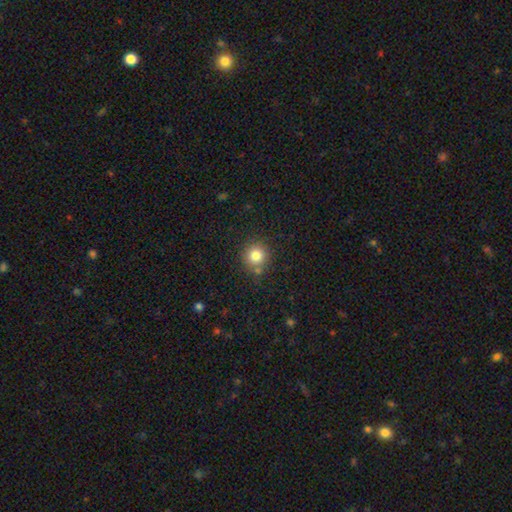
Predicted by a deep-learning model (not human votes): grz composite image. It shows a smooth galaxy with no disk features (81%) that is round (92%). Merging: none (81%).